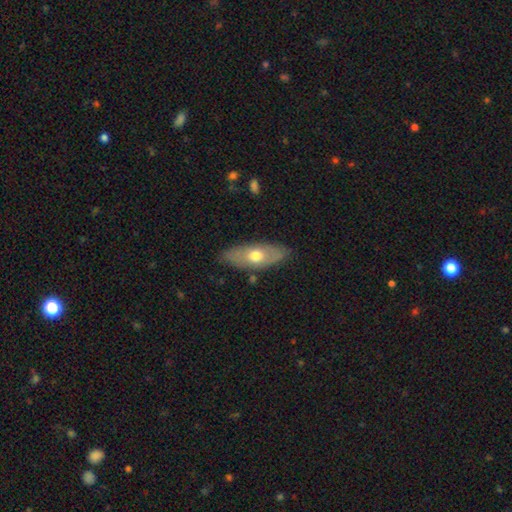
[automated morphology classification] This appears to be a smooth galaxy with no disk features (53%) that is in between round and cigar-shaped (77%). Merging: none (82%).